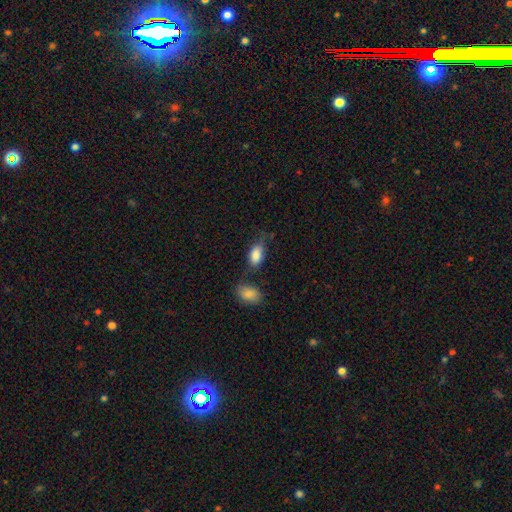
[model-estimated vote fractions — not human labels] Smooth or featured? smooth (86%)
How rounded? in between (91%)
Merging? none (55%)